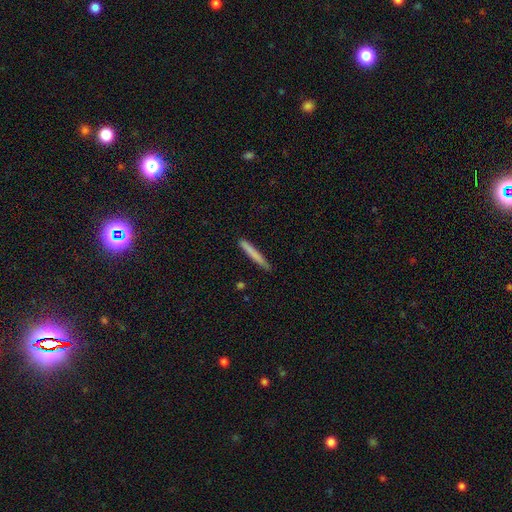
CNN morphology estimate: Q: Smooth or featured?
A: smooth (75%); runner-up: featured or disk (19%)
Q: How rounded?
A: cigar-shaped (96%); runner-up: in between (2%)
Q: Merging?
A: none (88%); runner-up: minor disturbance (9%)